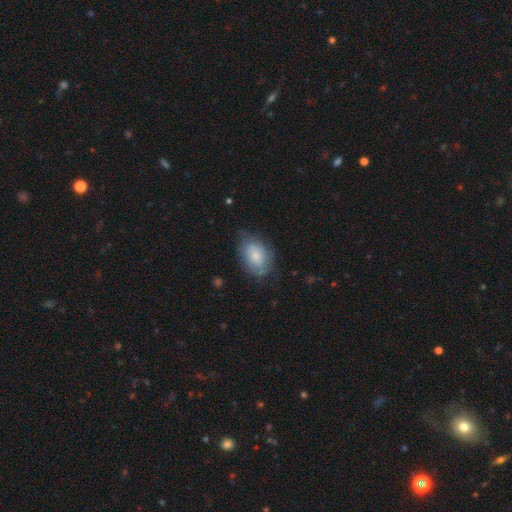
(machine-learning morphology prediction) Q: Smooth or featured?
A: smooth (70%); runner-up: featured or disk (23%)
Q: How rounded?
A: in between (84%); runner-up: round (14%)
Q: Merging?
A: none (60%); runner-up: minor disturbance (29%)